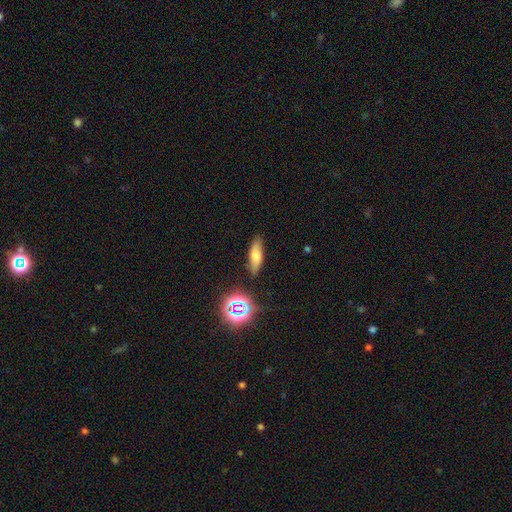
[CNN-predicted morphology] This is likely a smooth galaxy (66%). How rounded: possibly in between (48%). Merging: clearly none (82%).